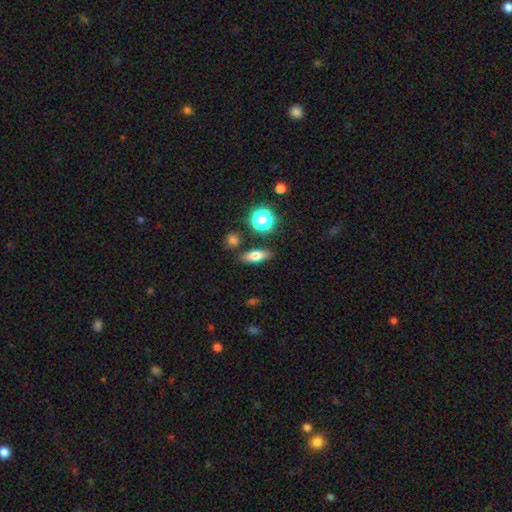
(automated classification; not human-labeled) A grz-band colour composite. It shows a smooth galaxy with no disk features (70%) that is in between round and cigar-shaped (63%). Merging: none (84%).